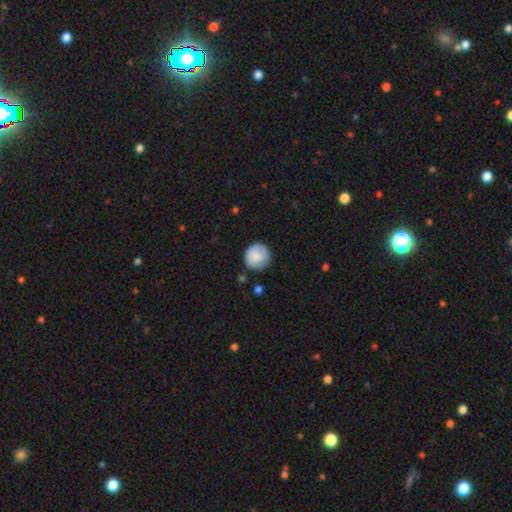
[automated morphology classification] smooth-or-featured: smooth: 81% | featured or disk: 12% | star or artifact: 7%
  how-rounded: round: 93% | in between: 6% | cigar-shaped: 1%
  merging: none: 79% | minor disturbance: 16% | major disturbance: 3% | merger: 2%